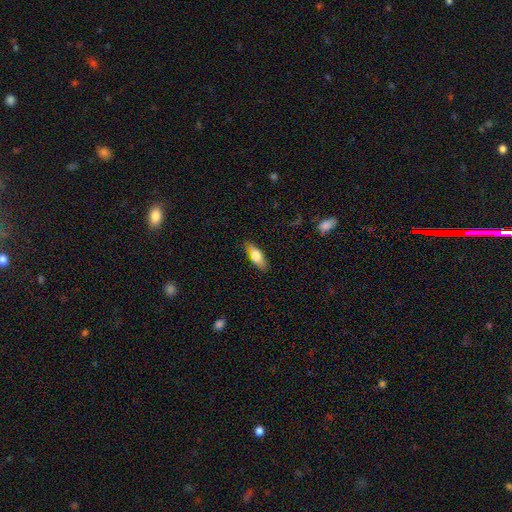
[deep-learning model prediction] Overall: smooth (67%). How rounded: in between (67%; cigar-shaped 30%). Merging: none (83%).